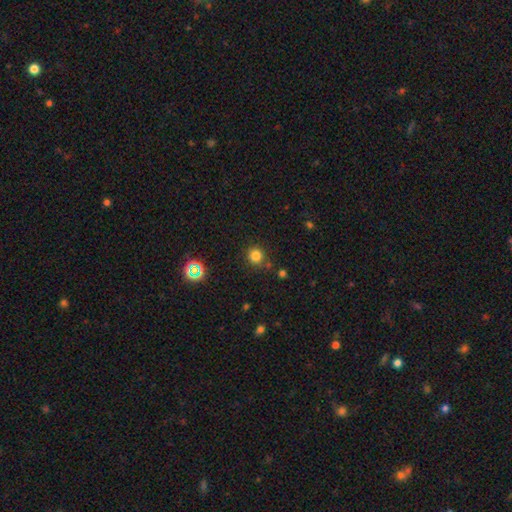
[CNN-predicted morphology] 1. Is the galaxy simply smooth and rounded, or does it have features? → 79% smooth, 16% star or artifact, 5% featured or disk.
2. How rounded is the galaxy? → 91% round, 8% in between, 1% cigar-shaped.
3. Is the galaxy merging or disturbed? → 83% none, 9% minor disturbance, 5% merger, 3% major disturbance.